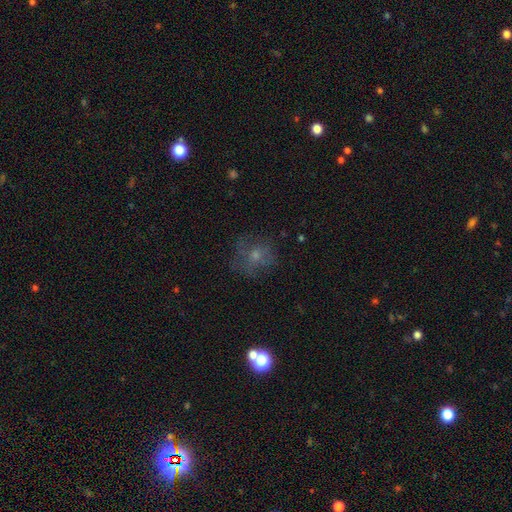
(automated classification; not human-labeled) Smooth or featured: smooth — 53% (featured or disk — 29%)
How rounded: round — 78% (in between — 21%)
Merging: none — 61% (minor disturbance — 20%)